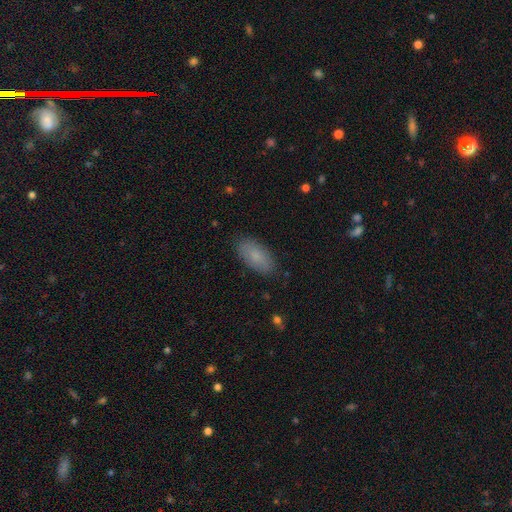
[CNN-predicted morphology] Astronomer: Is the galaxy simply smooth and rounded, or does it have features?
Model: smooth — 80%.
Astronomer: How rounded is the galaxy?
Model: in between — 92%.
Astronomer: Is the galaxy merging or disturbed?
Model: none — 86%.